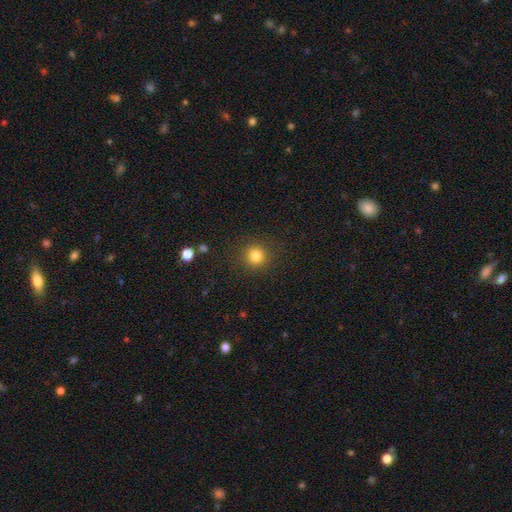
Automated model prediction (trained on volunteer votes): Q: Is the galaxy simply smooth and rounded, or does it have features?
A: smooth — 82%.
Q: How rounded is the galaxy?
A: round — 92%.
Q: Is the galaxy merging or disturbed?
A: none — 89%.